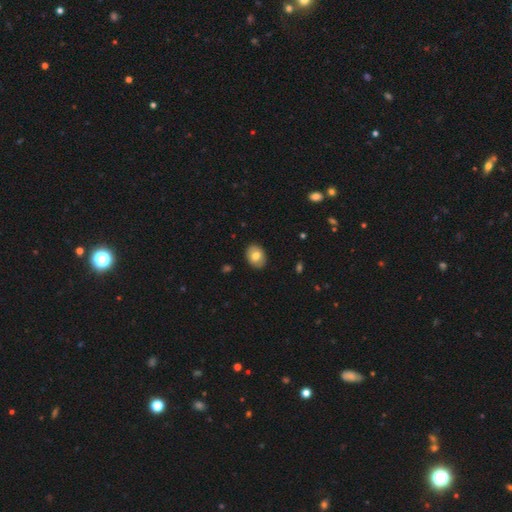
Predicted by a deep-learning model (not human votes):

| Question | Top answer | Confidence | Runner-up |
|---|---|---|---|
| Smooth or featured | smooth | 76% | featured or disk (16%) |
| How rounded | in between | 63% | round (36%) |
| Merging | none | 89% | minor disturbance (9%) |